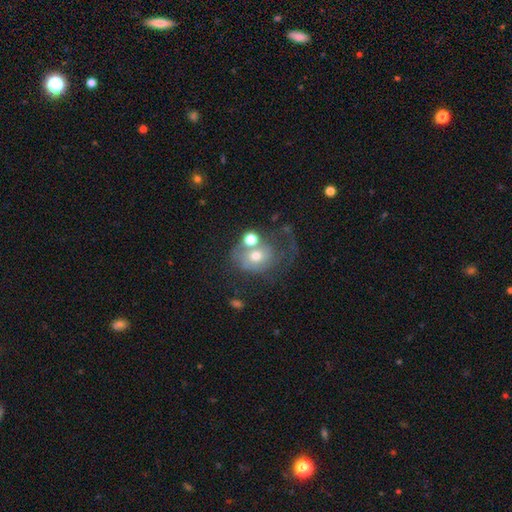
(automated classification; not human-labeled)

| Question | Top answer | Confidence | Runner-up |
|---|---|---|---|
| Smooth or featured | featured or disk | 53% | smooth (36%) |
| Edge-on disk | no | 96% | yes (4%) |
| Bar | no | 79% | weak (18%) |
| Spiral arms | yes | 62% | no (38%) |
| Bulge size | moderate | 65% | small (24%) |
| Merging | major disturbance | 32% | none (29%) |